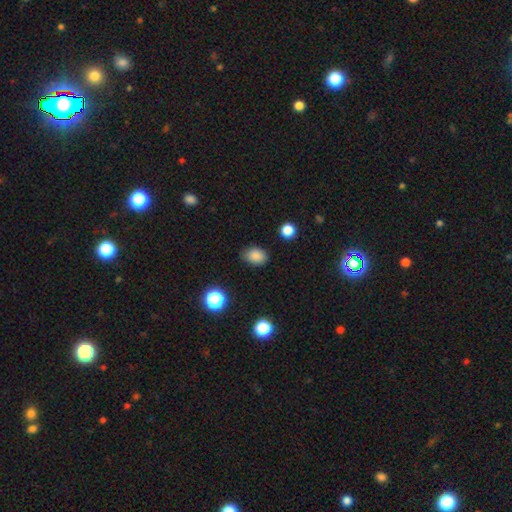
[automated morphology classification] A smooth galaxy with no disk features (85%) that is in between round and cigar-shaped (72%).

Vote fractions:
- Smooth or featured? smooth: 85% / star or artifact: 11% / featured or disk: 4%
- How rounded? in between: 72% / round: 26% / cigar-shaped: 1%
- Merging? none: 79% / minor disturbance: 16% / major disturbance: 3% / merger: 2%